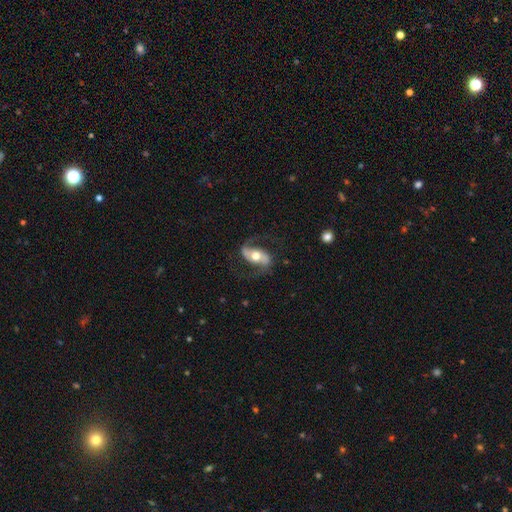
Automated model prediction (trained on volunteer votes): This is likely a featured or disk galaxy (79%). It is clearly not viewed edge-on (94%). Bar: marginally no (36%). Spiral arm pattern: clearly yes (93%). Spiral arm count: clearly 2 (92%). Spiral winding: possibly loose (54%). Central bulge: likely moderate (72%). Merging: likely none (73%).